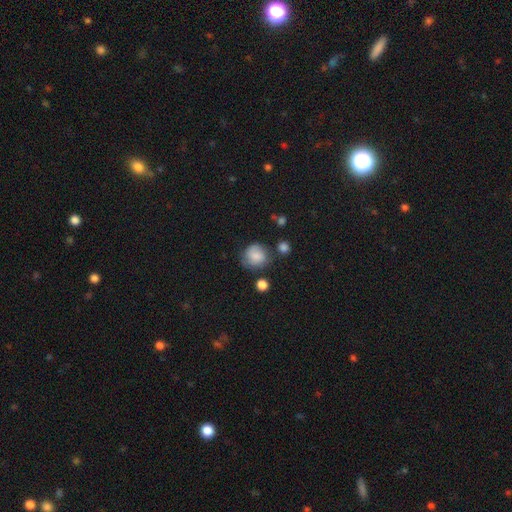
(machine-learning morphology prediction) This is likely a smooth galaxy (77%). How rounded: clearly round (84%). Merging: likely none (65%).